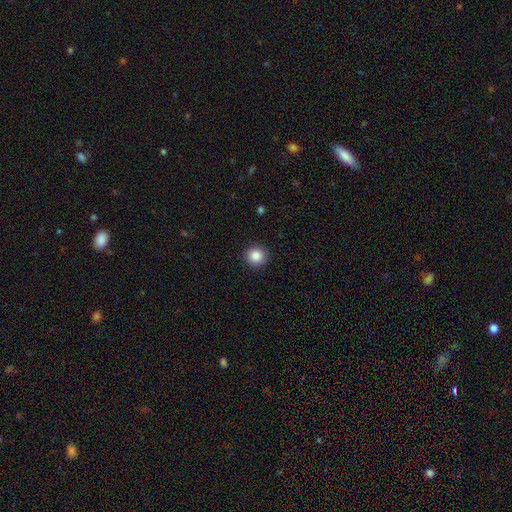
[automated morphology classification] Smooth or featured: smooth — 86% (star or artifact — 9%)
How rounded: round — 92% (in between — 7%)
Merging: none — 92% (minor disturbance — 5%)